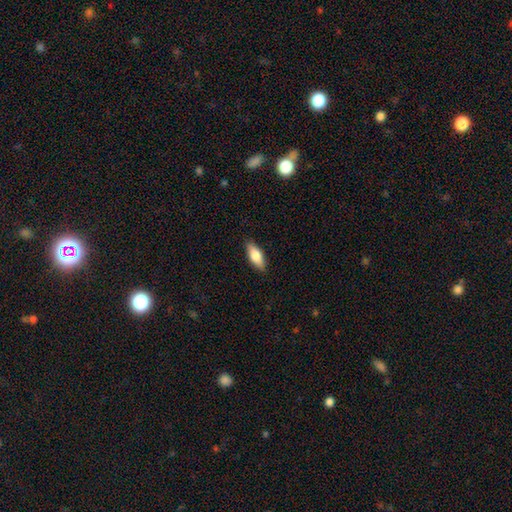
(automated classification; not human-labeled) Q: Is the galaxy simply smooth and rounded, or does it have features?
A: smooth — 73%.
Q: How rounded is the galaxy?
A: in between — 74%.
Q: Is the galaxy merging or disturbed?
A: none — 88%.